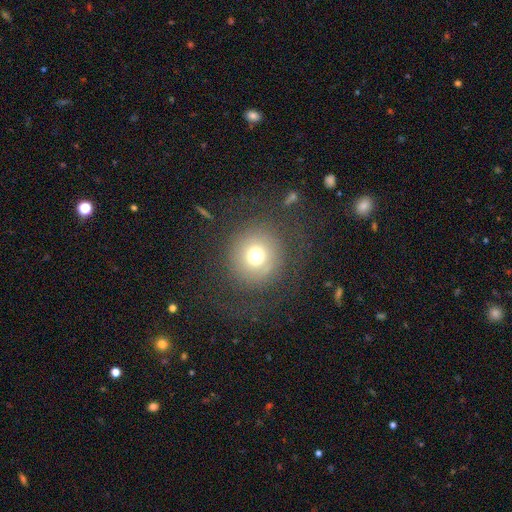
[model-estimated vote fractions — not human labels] smooth-or-featured: smooth: 68% | featured or disk: 16% | star or artifact: 16%
  how-rounded: round: 94% | in between: 5% | cigar-shaped: 1%
  merging: none: 73% | major disturbance: 15% | minor disturbance: 11% | merger: 2%